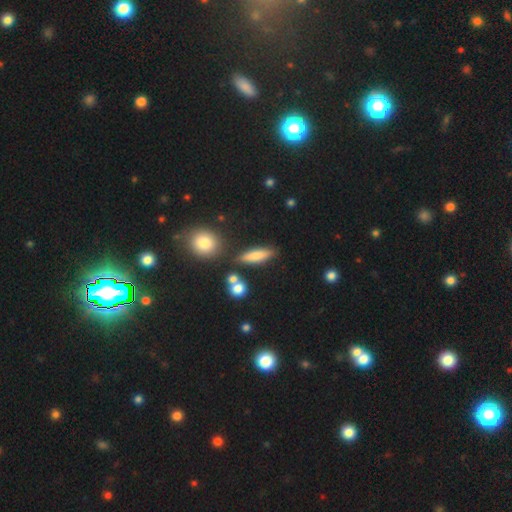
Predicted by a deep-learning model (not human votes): A smooth galaxy with no disk features (74%) that is cigar-shaped (60%).

Vote fractions:
- Smooth or featured? smooth: 74% / featured or disk: 16% / star or artifact: 10%
- How rounded? cigar-shaped: 60% / in between: 35% / round: 5%
- Merging? none: 79% / minor disturbance: 11% / merger: 7% / major disturbance: 4%